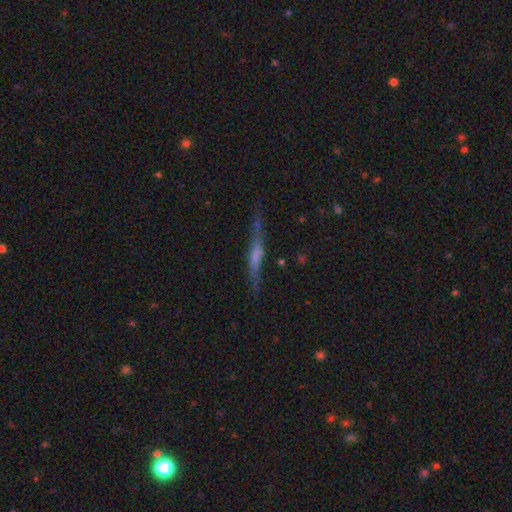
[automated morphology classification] type=featured or disk (57%); edge-on=yes (93%); edge-on bulge=none (35%); merging=none (75%).